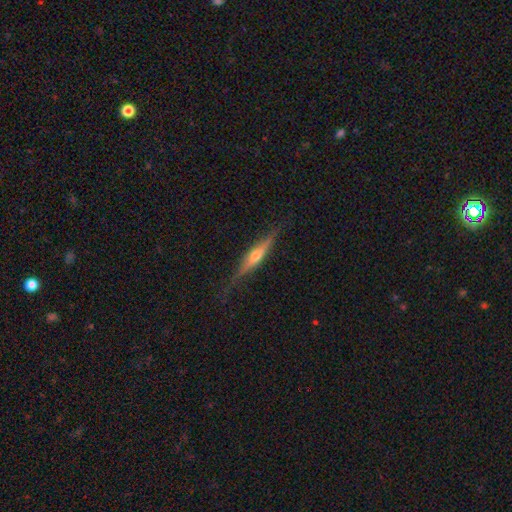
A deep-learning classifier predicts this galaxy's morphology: Q: Smooth or featured?
A: featured or disk (70%); runner-up: smooth (24%)
Q: Edge-on disk?
A: yes (96%); runner-up: no (4%)
Q: Edge-on bulge?
A: rounded (85%); runner-up: none (8%)
Q: Merging?
A: none (81%); runner-up: minor disturbance (14%)